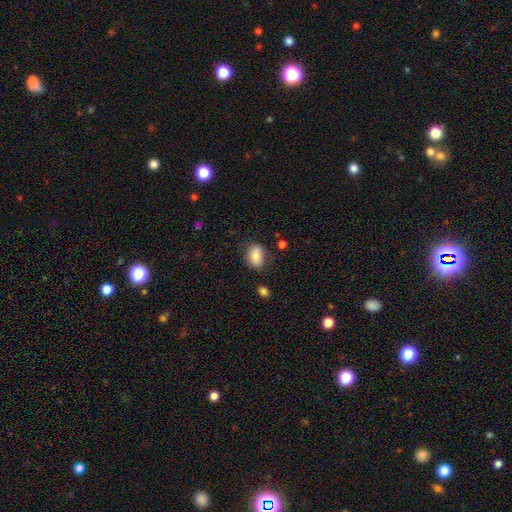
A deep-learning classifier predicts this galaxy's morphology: A smooth galaxy with no disk features (83%) that is in between round and cigar-shaped (76%). Merging: none (75%).